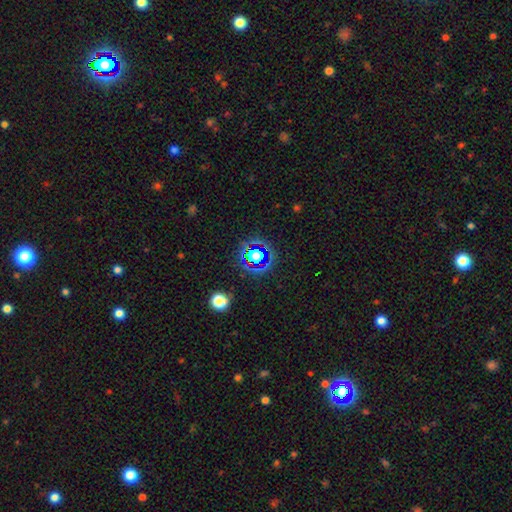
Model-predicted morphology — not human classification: Smooth or featured?
  - star or artifact: 65% *
  - smooth: 24%
  - featured or disk: 11%